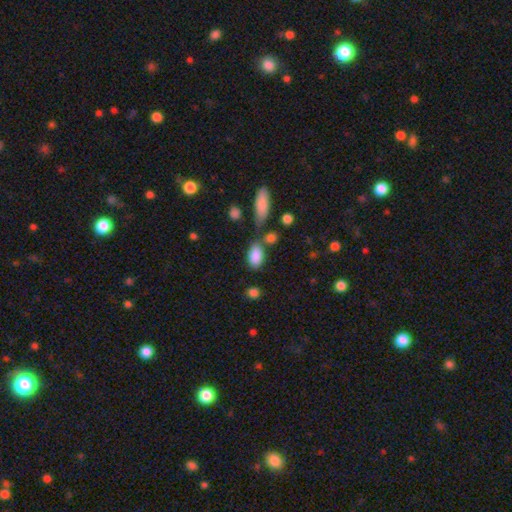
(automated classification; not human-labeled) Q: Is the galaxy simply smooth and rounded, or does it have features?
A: smooth — 86%.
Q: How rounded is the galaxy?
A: in between — 91%.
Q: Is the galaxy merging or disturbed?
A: none — 60%.